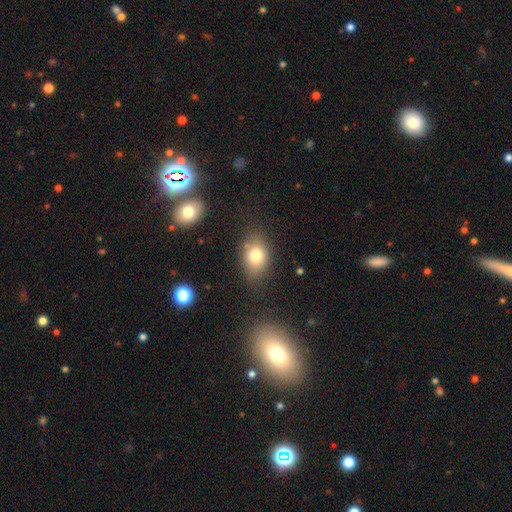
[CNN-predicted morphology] Smooth or featured? Predicted: smooth (p=0.78). How rounded? Predicted: in between (p=0.74). Merging? Predicted: none (p=0.76).